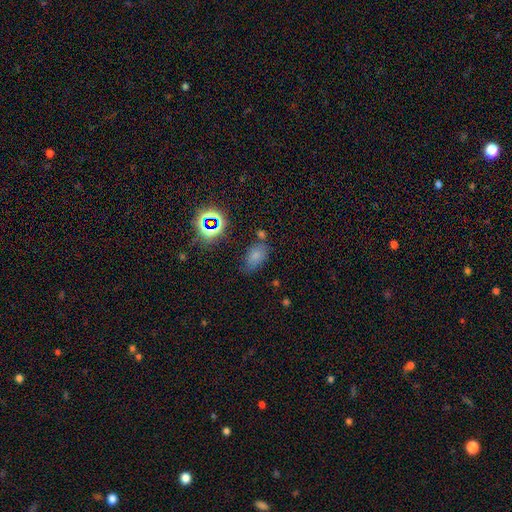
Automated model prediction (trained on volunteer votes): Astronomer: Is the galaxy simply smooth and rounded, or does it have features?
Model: smooth — 66%.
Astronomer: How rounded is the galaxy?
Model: in between — 87%.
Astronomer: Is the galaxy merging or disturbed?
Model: none — 64%.